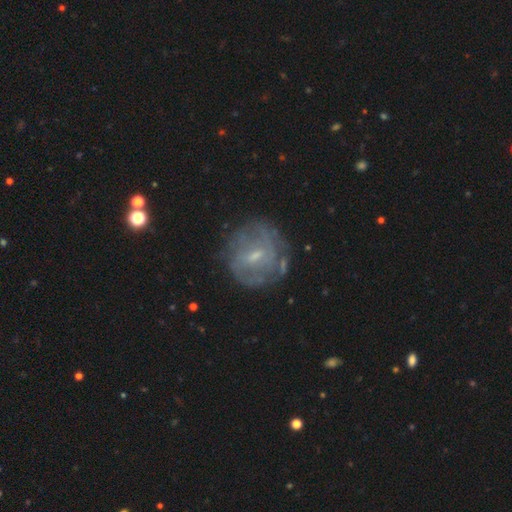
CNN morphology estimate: Smooth or featured?
  - featured or disk: 66% *
  - smooth: 24%
  - star or artifact: 10%
Edge-on disk?
  - no: 97% *
  - yes: 3%
Bar?
  - weak: 57% *
  - no: 29%
  - strong: 14%
Spiral arms?
  - yes: 59% *
  - no: 41%
Bulge size?
  - small: 60% *
  - moderate: 30%
  - none: 8%
  - large: 1%
  - dominant: 1%
Merging?
  - none: 69% *
  - minor disturbance: 19%
  - major disturbance: 10%
  - merger: 3%